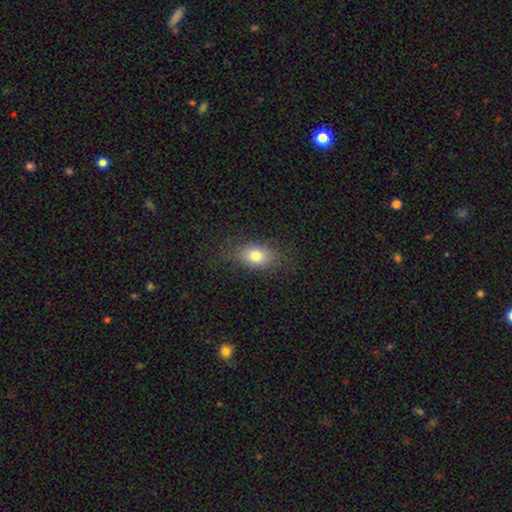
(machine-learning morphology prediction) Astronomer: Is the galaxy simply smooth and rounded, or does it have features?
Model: smooth — 77%.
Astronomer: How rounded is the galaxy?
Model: in between — 74%.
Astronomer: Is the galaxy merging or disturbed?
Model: none — 79%.